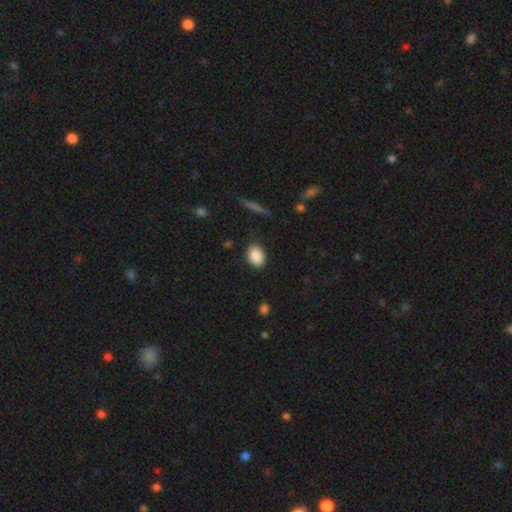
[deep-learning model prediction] A smooth galaxy with no disk features (88%) that is in between round and cigar-shaped (73%). Merging: none (86%).